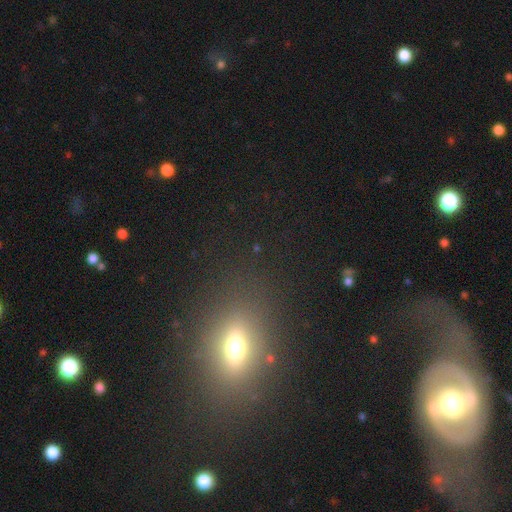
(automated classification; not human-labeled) Smooth or featured: smooth — 39% (featured or disk — 36%)
Merging: none — 76% (minor disturbance — 11%)